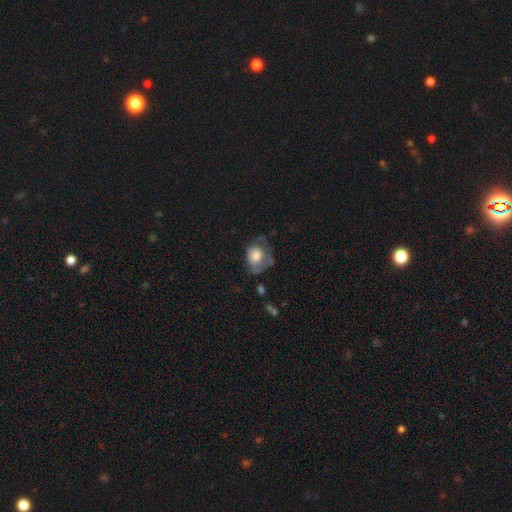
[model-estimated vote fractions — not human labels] Smooth or featured? Predicted: smooth (p=0.62). How rounded? Predicted: round (p=0.51). Merging? Predicted: major disturbance (p=0.34).